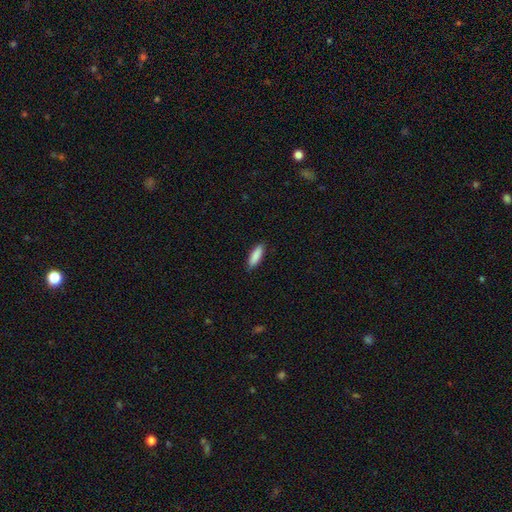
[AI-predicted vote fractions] smooth-or-featured: smooth: 88% | featured or disk: 6% | star or artifact: 6%
  how-rounded: cigar-shaped: 50% | in between: 49% | round: 2%
  merging: none: 88% | minor disturbance: 9% | major disturbance: 2% | merger: 1%